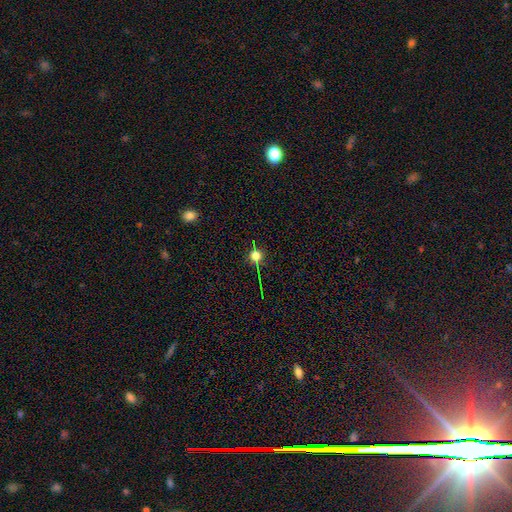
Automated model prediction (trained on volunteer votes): smooth 61%, star or artifact 28%, featured or disk 10%. Down the decision tree: how rounded — round (87%); merging — none (82%).